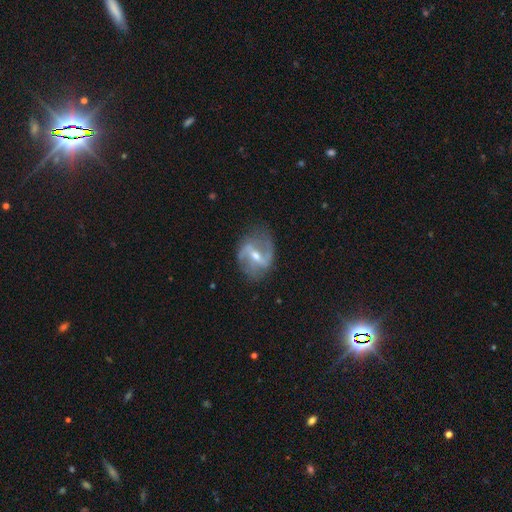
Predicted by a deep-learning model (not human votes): Overall: featured or disk (86%). Edge-on disk: no (96%). Bar: strong (46%; weak 40%). Spiral arms: yes (92%). Spiral arm count: 2 (87%). Spiral winding: loose (50%; medium 38%). Bulge size: moderate (59%; small 36%). Merging: none (72%).